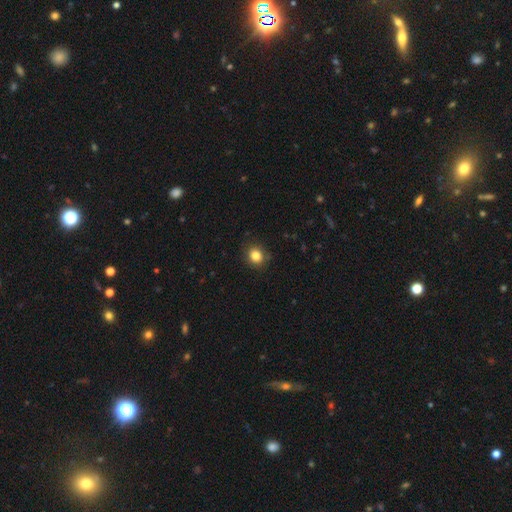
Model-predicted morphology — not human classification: Smooth or featured? smooth (84%)
How rounded? round (78%)
Merging? none (88%)